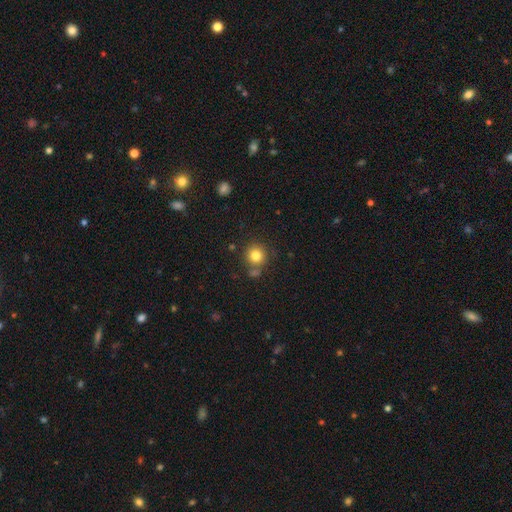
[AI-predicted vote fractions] Smooth or featured: smooth — 81% (star or artifact — 11%)
How rounded: round — 92% (in between — 7%)
Merging: none — 73% (merger — 13%)